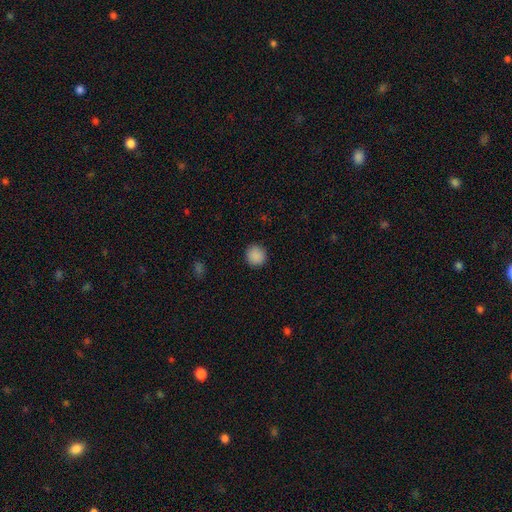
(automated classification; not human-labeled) smooth-or-featured: smooth: 89% | star or artifact: 8% | featured or disk: 2%
  how-rounded: round: 94% | in between: 5% | cigar-shaped: 1%
  merging: none: 92% | minor disturbance: 5% | major disturbance: 2% | merger: 1%